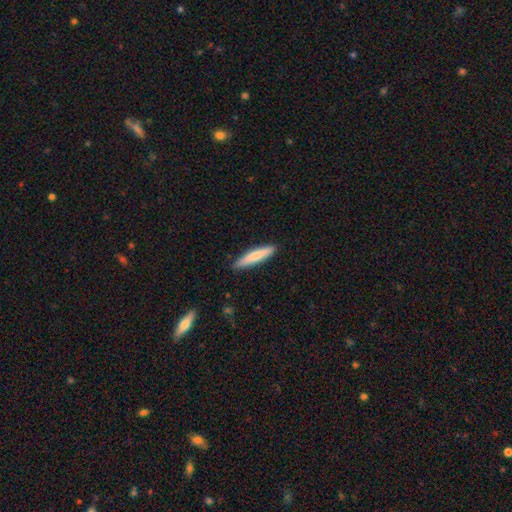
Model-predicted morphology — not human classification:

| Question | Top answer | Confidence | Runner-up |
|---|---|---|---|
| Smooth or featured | smooth | 74% | featured or disk (20%) |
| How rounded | cigar-shaped | 88% | in between (11%) |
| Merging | none | 88% | minor disturbance (9%) |